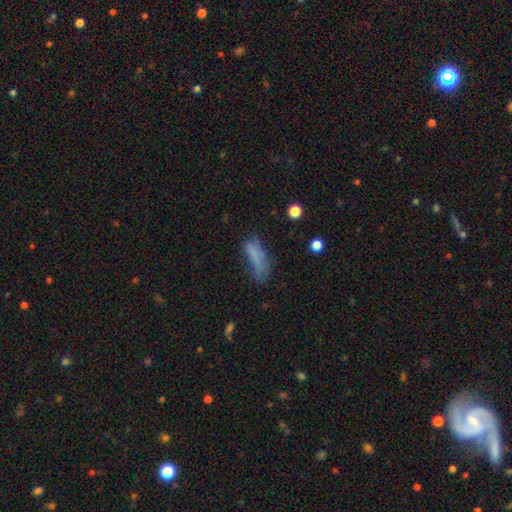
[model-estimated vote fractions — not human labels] smooth-or-featured: smooth: 68% | featured or disk: 17% | star or artifact: 14%
  how-rounded: in between: 54% | cigar-shaped: 43% | round: 3%
  merging: none: 35% | minor disturbance: 30% | major disturbance: 29% | merger: 6%